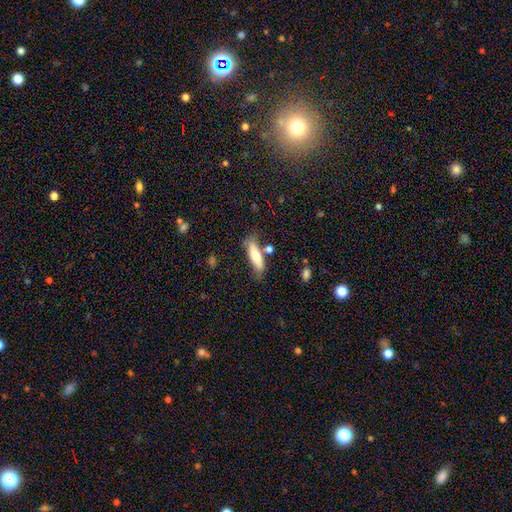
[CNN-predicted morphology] A smooth galaxy with no disk features (66%) that is cigar-shaped (57%). Merging: none (66%).